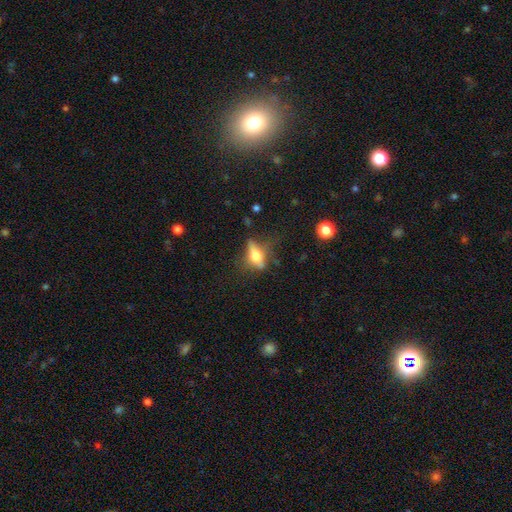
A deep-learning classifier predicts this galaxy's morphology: Smooth or featured: smooth — 47% (featured or disk — 40%)
Merging: none — 50% (minor disturbance — 24%)